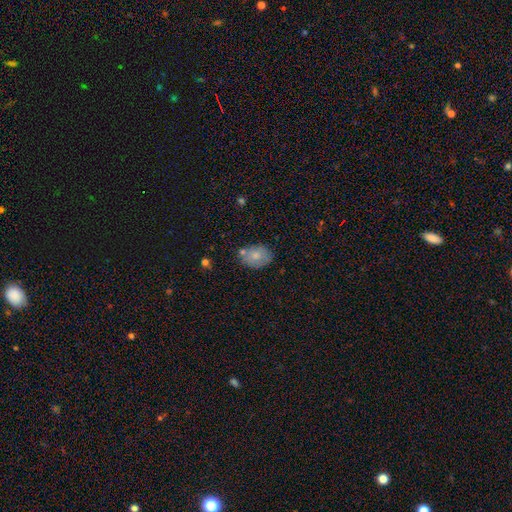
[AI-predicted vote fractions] Smooth or featured? smooth (75%)
How rounded? in between (71%)
Merging? none (68%)